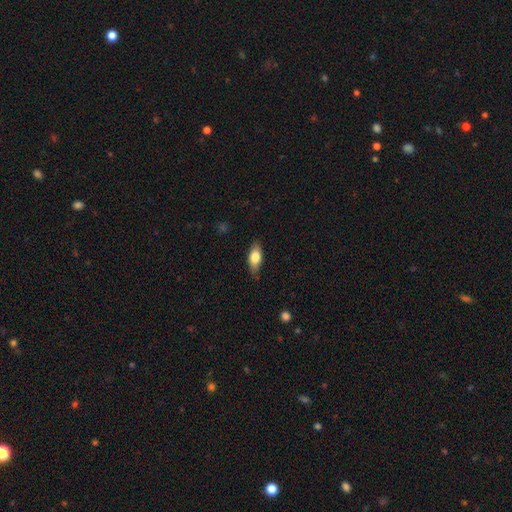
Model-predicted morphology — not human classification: The model was most divided on "smooth or featured": smooth: 75%, featured or disk: 18%, star or artifact: 7%. More confident: how rounded — in between (83%); merging — none (78%).